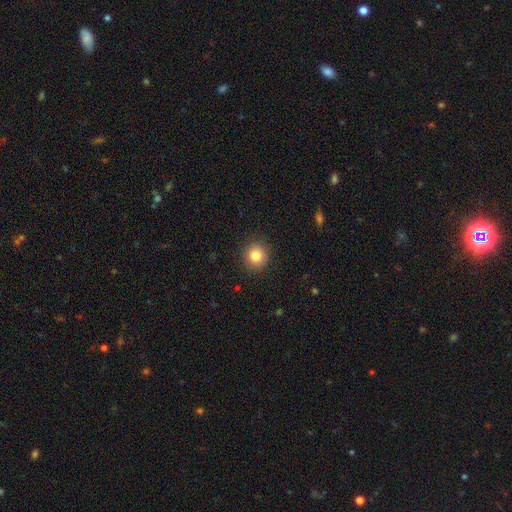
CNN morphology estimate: Smooth or featured? smooth (83%)
How rounded? round (90%)
Merging? none (90%)